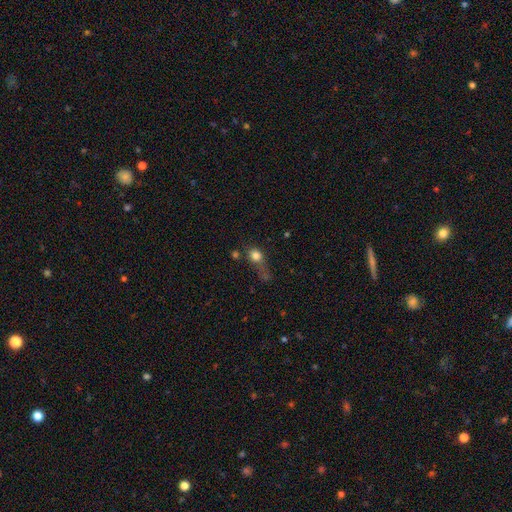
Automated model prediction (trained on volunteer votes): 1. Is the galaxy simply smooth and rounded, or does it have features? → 76% smooth, 13% star or artifact, 11% featured or disk.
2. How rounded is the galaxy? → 65% round, 32% in between, 3% cigar-shaped.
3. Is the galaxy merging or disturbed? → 34% none, 26% major disturbance, 22% minor disturbance, 18% merger.